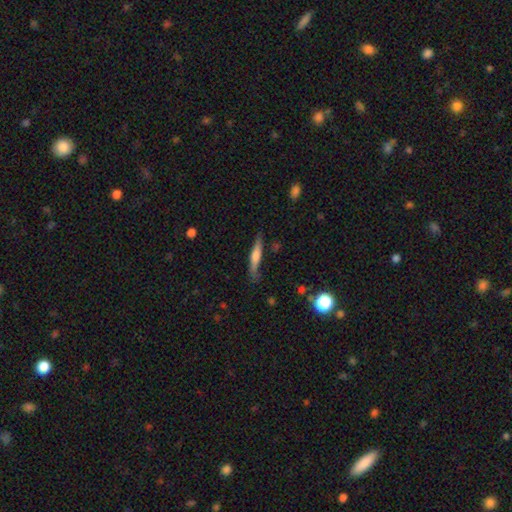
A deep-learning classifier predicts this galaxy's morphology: Smooth or featured? smooth (52%)
How rounded? cigar-shaped (90%)
Merging? none (78%)